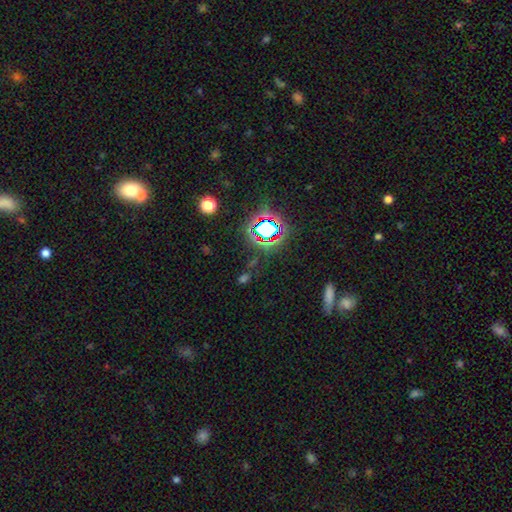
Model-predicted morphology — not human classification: smooth-or-featured: star or artifact: 74% | smooth: 16% | featured or disk: 11%